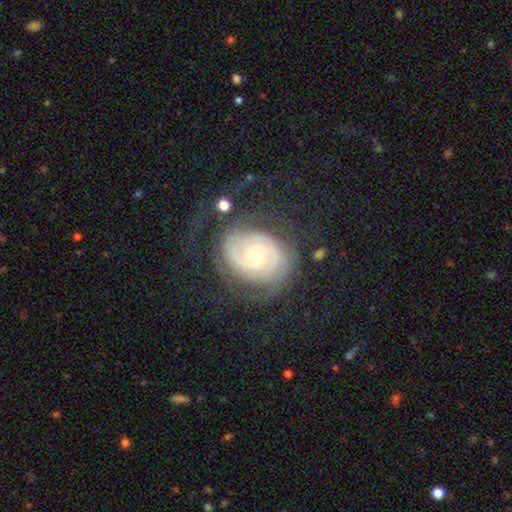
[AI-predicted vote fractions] This is clearly a featured or disk galaxy (87%). It is clearly not viewed edge-on (97%). Bar: likely no (72%). Spiral arm pattern: clearly yes (96%). Spiral arm count: possibly 2 (47%). Spiral winding: likely tight (74%). Central bulge: possibly small (51%). Merging: likely none (66%).